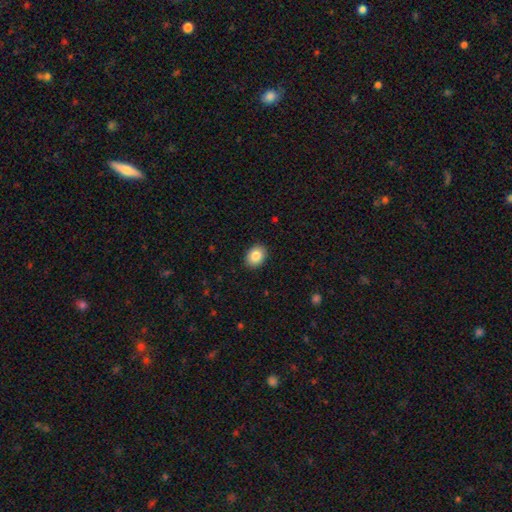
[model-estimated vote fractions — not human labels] Morphology: type=smooth (87%); roundness=in between (62%); merging=none (90%).